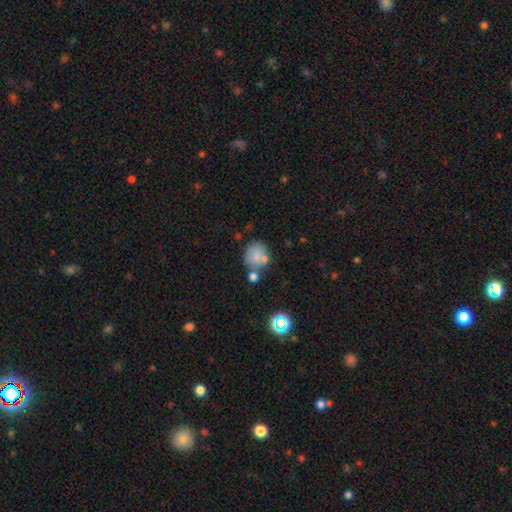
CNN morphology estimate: A smooth galaxy with no disk features (71%) that is round (74%).

Vote fractions:
- Smooth or featured? smooth: 71% / featured or disk: 16% / star or artifact: 12%
- How rounded? round: 74% / in between: 25% / cigar-shaped: 1%
- Merging? none: 52% / merger: 23% / minor disturbance: 17% / major disturbance: 8%